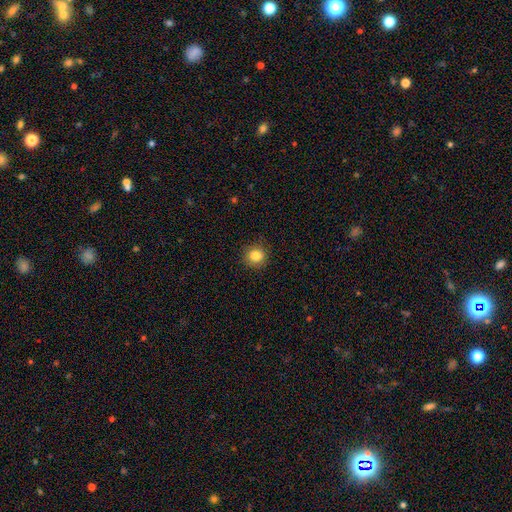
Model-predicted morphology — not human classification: Smooth or featured: smooth — 84% (star or artifact — 10%)
How rounded: round — 87% (in between — 12%)
Merging: none — 88% (minor disturbance — 8%)